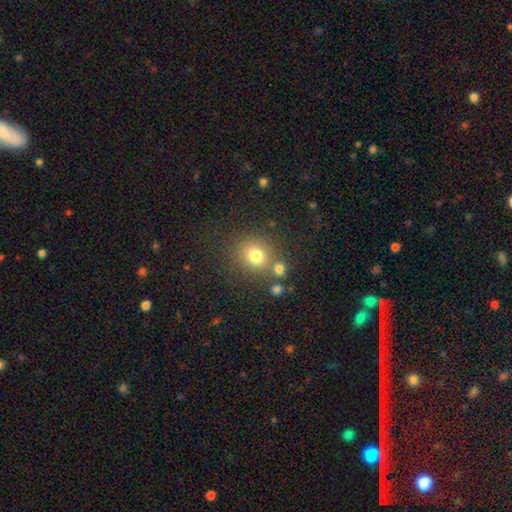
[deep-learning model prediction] smooth 76%, star or artifact 15%, featured or disk 9%. Down the decision tree: how rounded — round (82%); merging — none (71%).